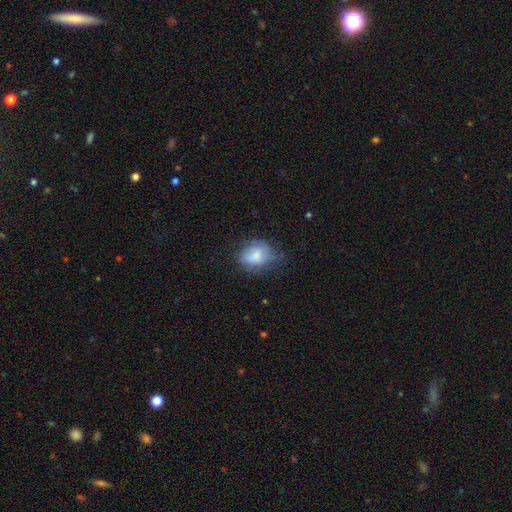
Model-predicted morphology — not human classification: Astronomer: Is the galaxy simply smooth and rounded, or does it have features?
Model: smooth — 71%.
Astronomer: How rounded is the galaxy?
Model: in between — 62% (runner-up: round, 37%).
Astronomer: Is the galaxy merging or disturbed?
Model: none — 52% (runner-up: minor disturbance, 32%).